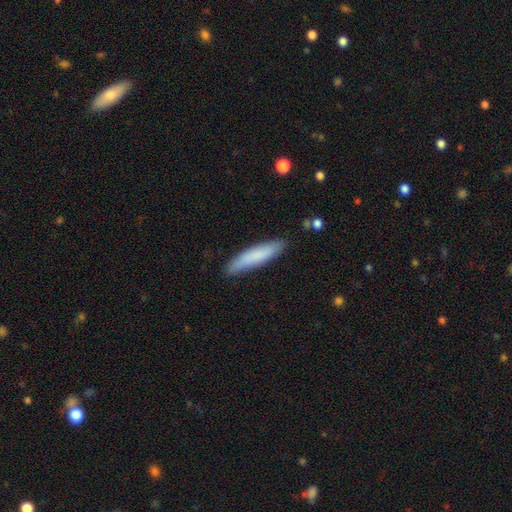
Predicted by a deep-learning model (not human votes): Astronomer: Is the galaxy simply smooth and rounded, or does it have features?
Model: smooth — 80%.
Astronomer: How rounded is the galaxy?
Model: cigar-shaped — 82%.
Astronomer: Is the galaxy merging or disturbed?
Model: none — 86%.